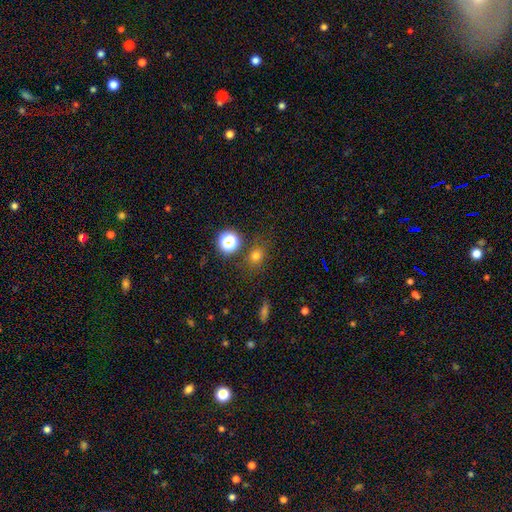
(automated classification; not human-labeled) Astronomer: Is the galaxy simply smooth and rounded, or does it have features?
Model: smooth — 69%.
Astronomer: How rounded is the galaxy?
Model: round — 66%.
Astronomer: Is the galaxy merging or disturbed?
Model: none — 76%.